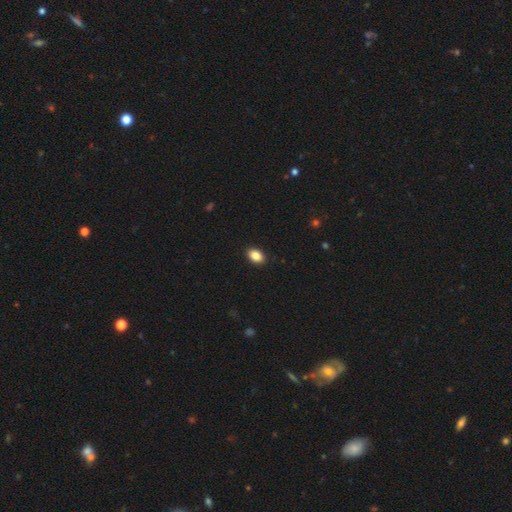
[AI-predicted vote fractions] Smooth or featured: smooth — 87% (star or artifact — 9%)
How rounded: in between — 84% (round — 15%)
Merging: none — 90% (minor disturbance — 7%)